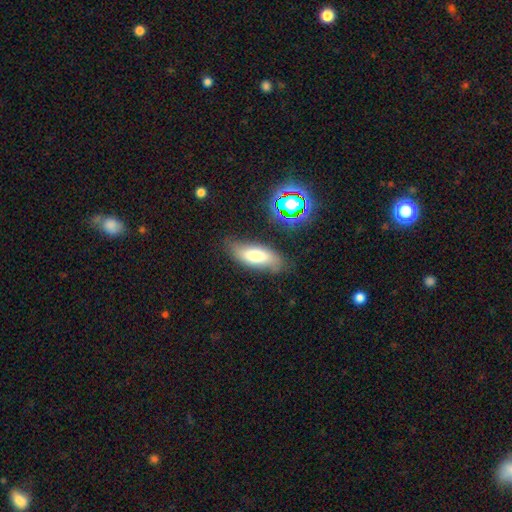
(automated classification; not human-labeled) Overall: smooth (66%). How rounded: in between (70%). Merging: none (73%).